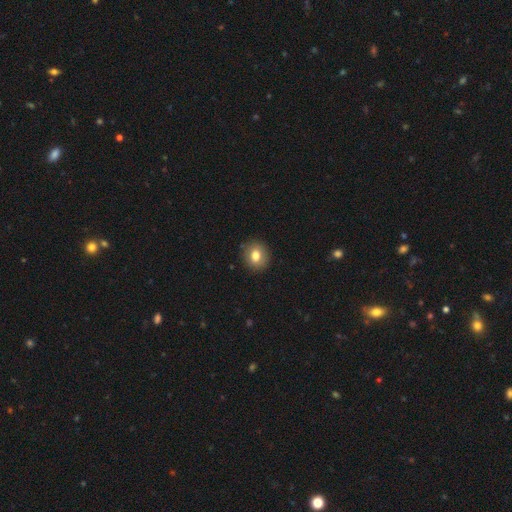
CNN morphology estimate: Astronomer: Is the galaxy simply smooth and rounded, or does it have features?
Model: smooth — 79%.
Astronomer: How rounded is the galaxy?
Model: round — 77%.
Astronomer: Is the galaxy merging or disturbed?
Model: none — 89%.